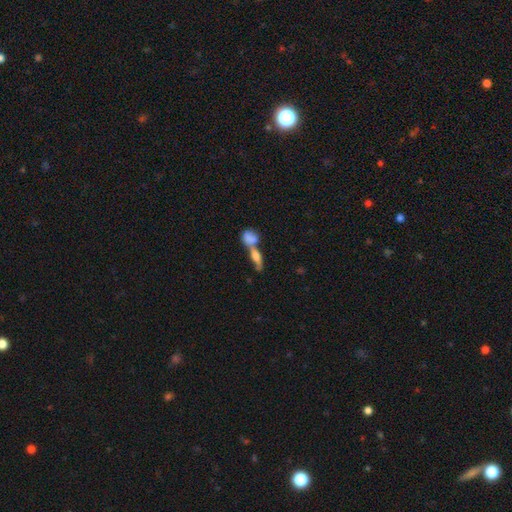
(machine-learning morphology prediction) Smooth or featured? smooth (61%)
How rounded? in between (57%)
Merging? merger (61%)